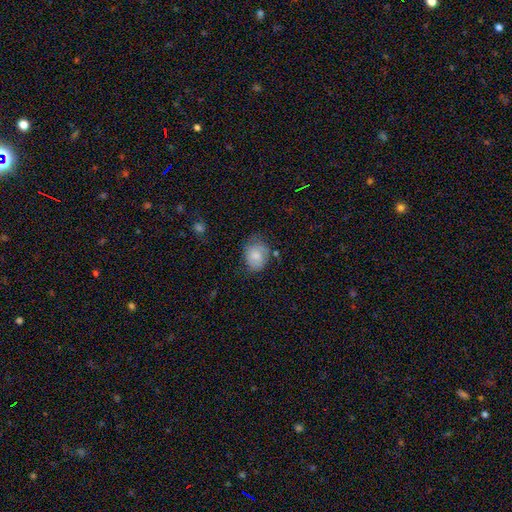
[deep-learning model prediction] The model was most divided on "how rounded": in between: 57%, round: 42%, cigar-shaped: 1%. More confident: smooth or featured — smooth (73%); merging — none (53%).